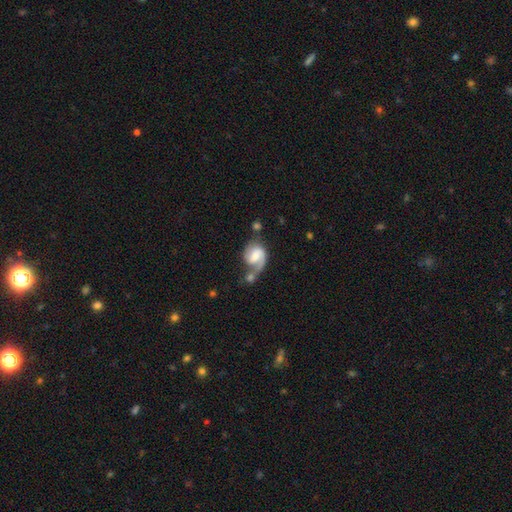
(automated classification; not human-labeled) smooth-or-featured: featured or disk: 71% | smooth: 23% | star or artifact: 6%
  disk-edge-on: no: 98% | yes: 2%
    bar: weak: 49% | no: 32% | strong: 19%
    has-spiral-arms: yes: 92% | no: 8%
      spiral-winding: medium: 44% | loose: 32% | tight: 24%
      spiral-arm-count: 2: 56% | 1: 37% | can't tell: 4% | 3: 1% | 4: 1% | more than 4: 1%
    bulge-size: moderate: 36% | small: 25% | large: 18% | none: 17% | dominant: 3%
  merging: merger: 35% | none: 30% | major disturbance: 19% | minor disturbance: 17%